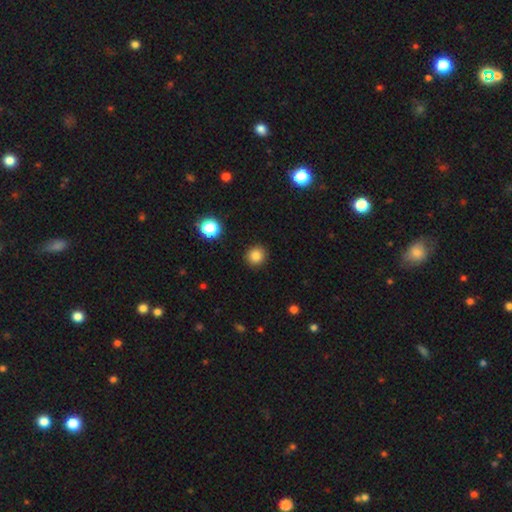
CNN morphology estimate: Q: Smooth or featured?
A: smooth (83%); runner-up: star or artifact (12%)
Q: How rounded?
A: round (92%); runner-up: in between (7%)
Q: Merging?
A: none (92%); runner-up: minor disturbance (5%)